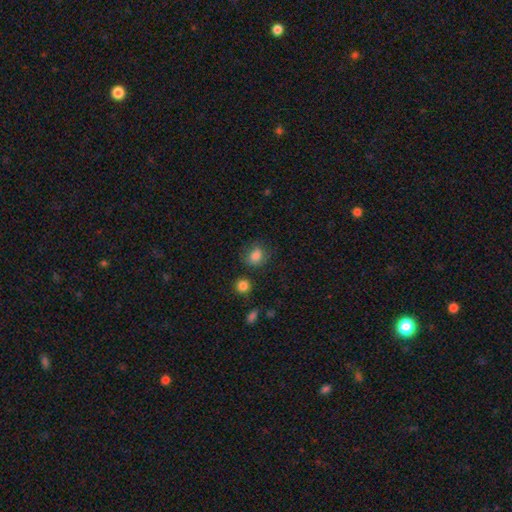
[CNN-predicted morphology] smooth-or-featured: smooth: 81% | star or artifact: 11% | featured or disk: 8%
  how-rounded: in between: 51% | round: 47% | cigar-shaped: 1%
  merging: none: 64% | minor disturbance: 21% | major disturbance: 9% | merger: 5%